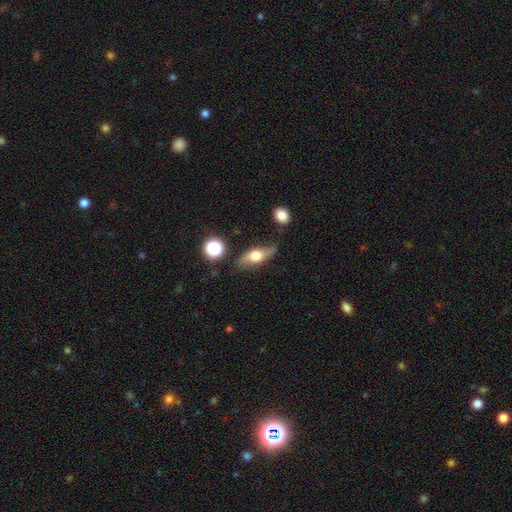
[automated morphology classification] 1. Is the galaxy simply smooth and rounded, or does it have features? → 47% smooth, 44% featured or disk, 8% star or artifact.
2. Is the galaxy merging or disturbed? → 72% none, 20% minor disturbance, 5% major disturbance, 4% merger.